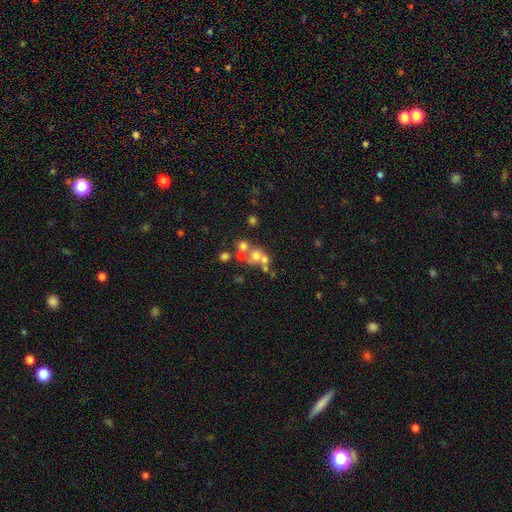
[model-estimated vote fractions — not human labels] Smooth or featured: smooth — 47% (featured or disk — 33%)
Merging: merger — 48% (none — 37%)